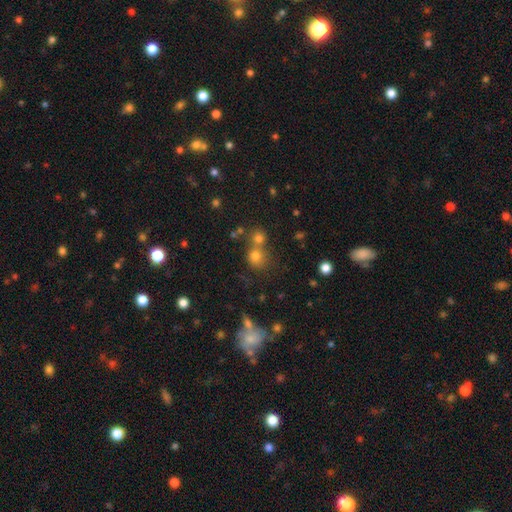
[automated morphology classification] Smooth or featured: smooth — 69% (star or artifact — 21%)
How rounded: round — 84% (in between — 15%)
Merging: none — 53% (merger — 35%)